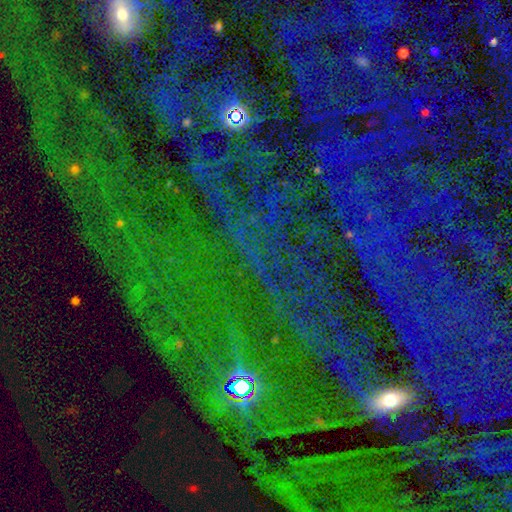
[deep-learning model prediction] Morphology: type=star or artifact (80%).